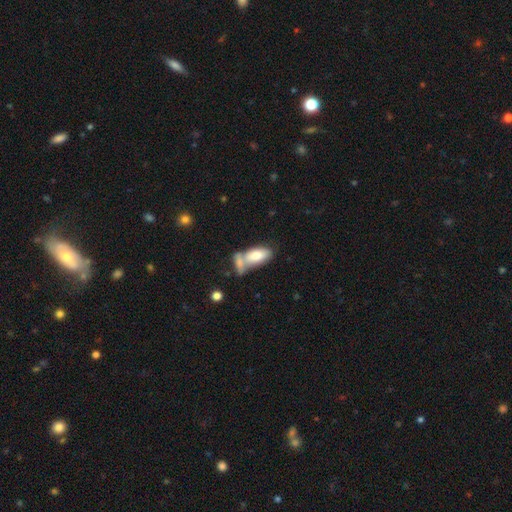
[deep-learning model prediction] smooth 76%, featured or disk 17%, star or artifact 6%. Down the decision tree: how rounded — in between (89%); merging — merger (52%).